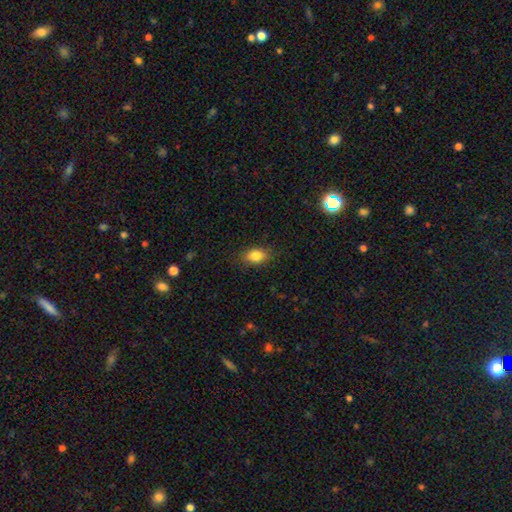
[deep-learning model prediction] Morphology: type=smooth (84%); roundness=in between (80%); merging=none (83%).